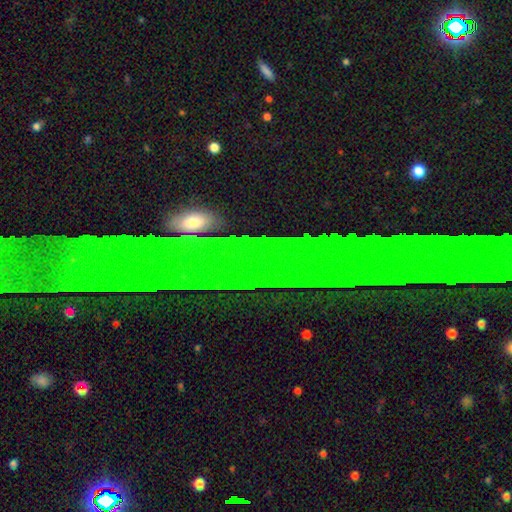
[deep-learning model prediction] Smooth or featured? star or artifact (61%)